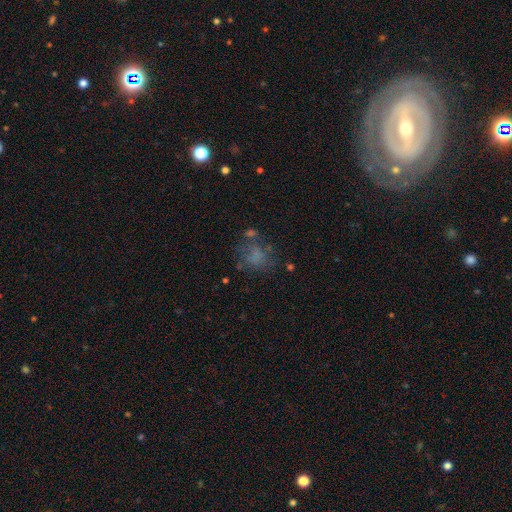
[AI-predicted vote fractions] This is possibly a smooth galaxy (51%). How rounded: possibly round (55%). Merging: possibly none (50%).